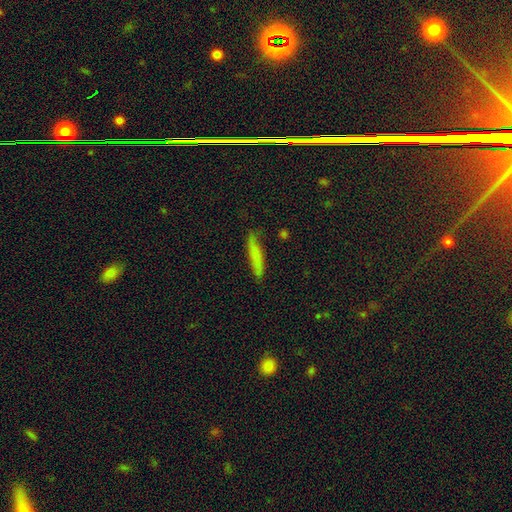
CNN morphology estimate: smooth-or-featured: smooth: 73% | featured or disk: 20% | star or artifact: 7%
  how-rounded: cigar-shaped: 90% | in between: 8% | round: 2%
  merging: none: 77% | minor disturbance: 17% | major disturbance: 4% | merger: 2%